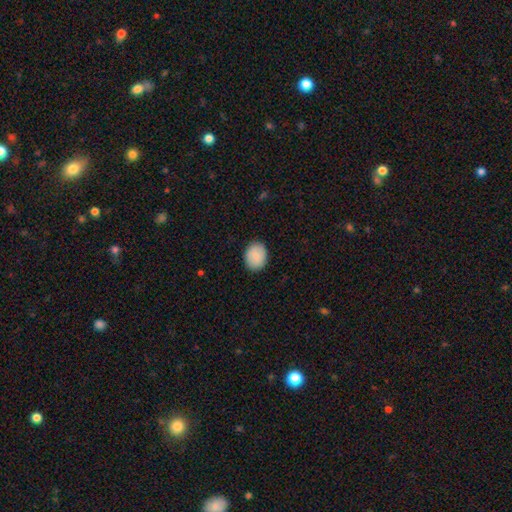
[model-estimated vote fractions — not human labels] smooth 88%, star or artifact 6%, featured or disk 5%. Down the decision tree: how rounded — in between (58%); merging — none (88%).